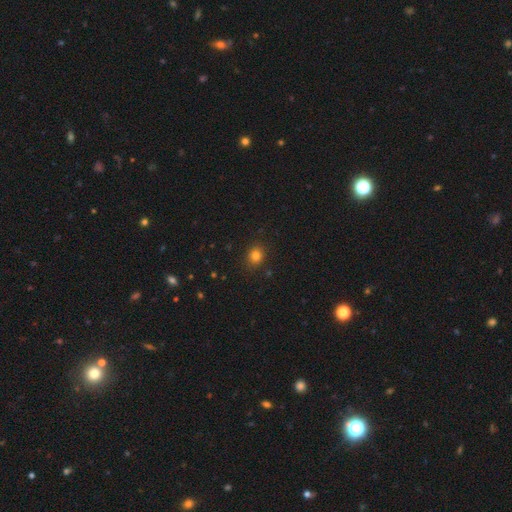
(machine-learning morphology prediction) Q: Smooth or featured?
A: smooth (80%); runner-up: star or artifact (14%)
Q: How rounded?
A: round (70%); runner-up: in between (29%)
Q: Merging?
A: none (88%); runner-up: minor disturbance (8%)